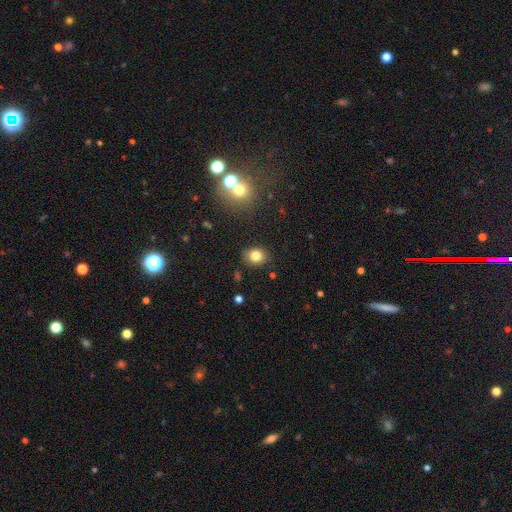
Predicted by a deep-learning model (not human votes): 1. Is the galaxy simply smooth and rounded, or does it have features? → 80% smooth, 12% star or artifact, 8% featured or disk.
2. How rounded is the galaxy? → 57% round, 42% in between, 1% cigar-shaped.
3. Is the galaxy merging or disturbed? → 87% none, 9% minor disturbance, 3% major disturbance, 2% merger.